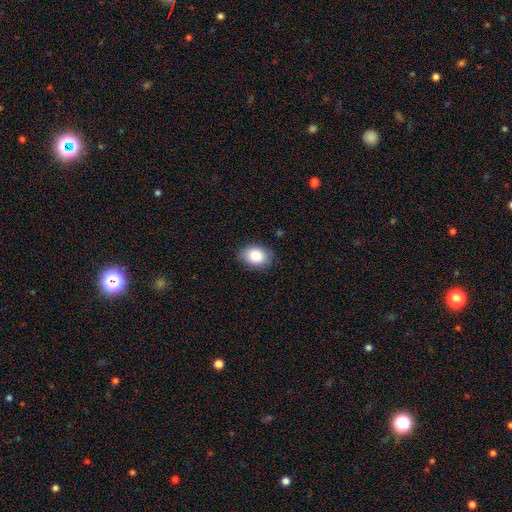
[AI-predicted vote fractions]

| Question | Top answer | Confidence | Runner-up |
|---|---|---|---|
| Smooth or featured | smooth | 85% | star or artifact (8%) |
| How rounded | in between | 77% | round (22%) |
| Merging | none | 82% | minor disturbance (14%) |